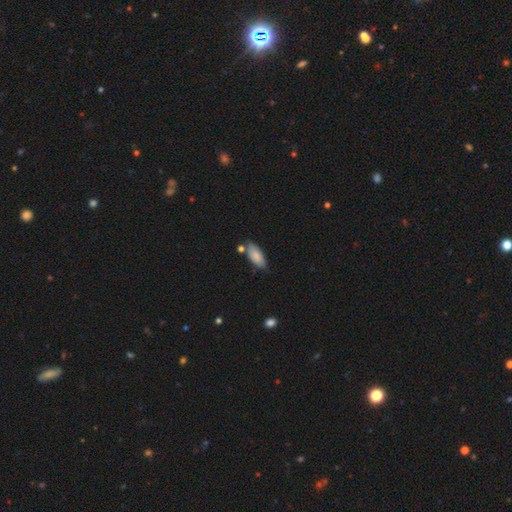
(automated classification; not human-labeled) This appears to be a smooth galaxy with no disk features (83%) that is in between round and cigar-shaped (86%). Merging: none (66%).